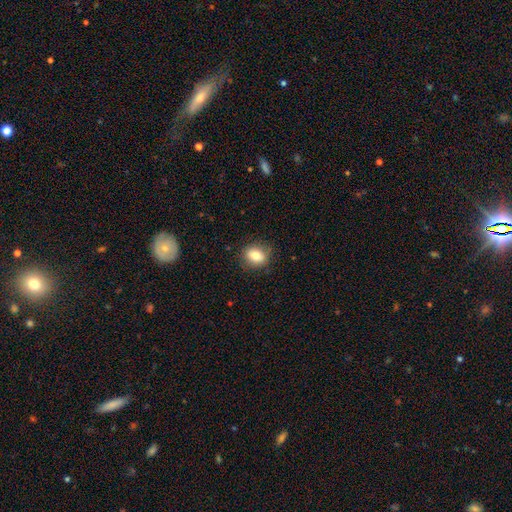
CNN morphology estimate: smooth_or_featured: smooth (p=0.78) [alt: featured or disk p=0.12]
how_rounded: round (p=0.52) [alt: in between p=0.46]
merging: none (p=0.83) [alt: minor disturbance p=0.13]